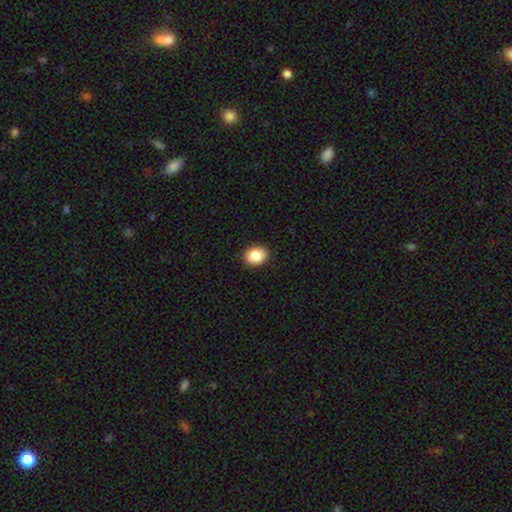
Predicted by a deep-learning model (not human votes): The model was most divided on "how rounded": in between: 53%, round: 46%, cigar-shaped: 1%. More confident: merging — none (91%); smooth or featured — smooth (86%).